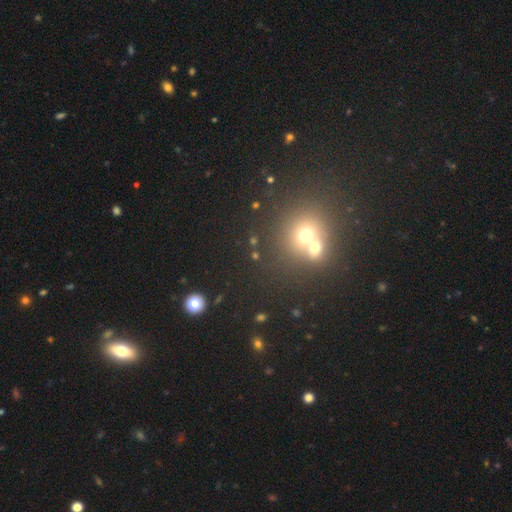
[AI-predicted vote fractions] The model was most divided on "merging": none: 48%, merger: 41%, minor disturbance: 7%, major disturbance: 4%. More confident: how rounded — round (78%); smooth or featured — smooth (56%).